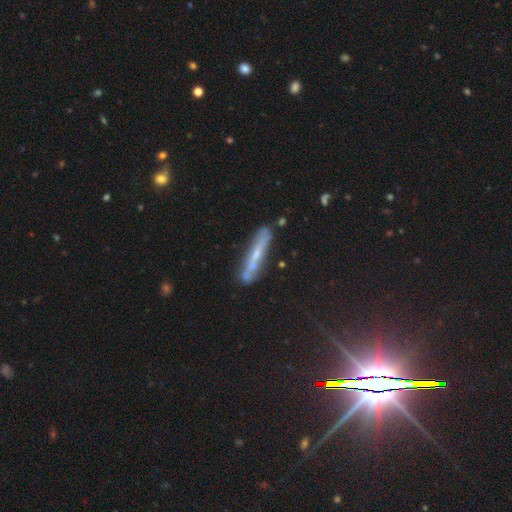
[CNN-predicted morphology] Overall: featured or disk (56%; smooth 32%). Edge-on disk: yes (76%). Merging: none (72%).